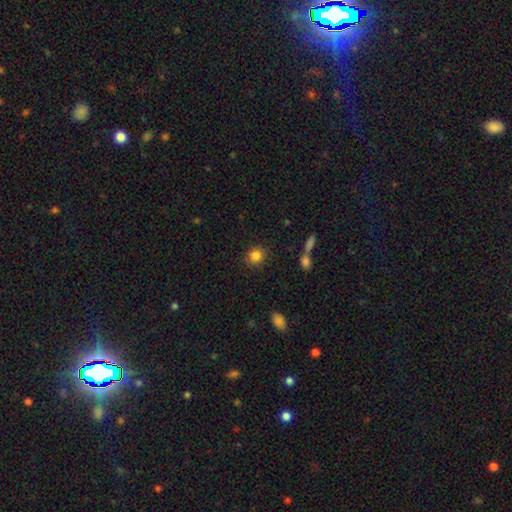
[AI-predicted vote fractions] Smooth or featured? smooth (86%)
How rounded? round (86%)
Merging? none (85%)